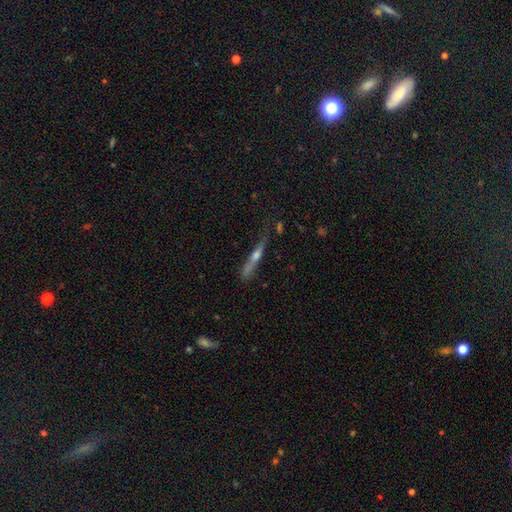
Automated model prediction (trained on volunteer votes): Overall: featured or disk (57%; smooth 35%). Edge-on disk: yes (94%). Edge-on bulge: rounded (77%). Merging: none (69%).